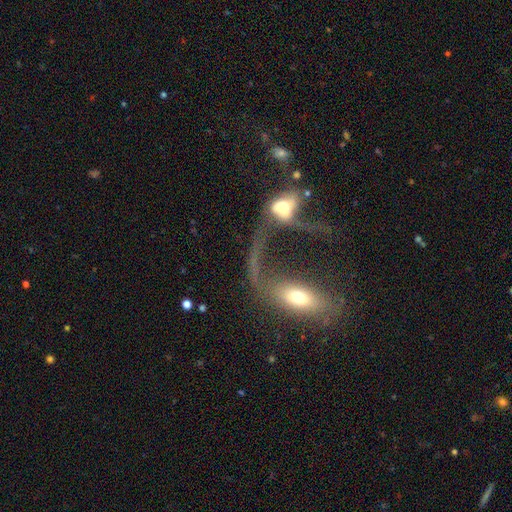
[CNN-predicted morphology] The model was most divided on "merging": merger: 46%, major disturbance: 28%, none: 17%, minor disturbance: 9%. More confident: edge-on disk — no (82%); smooth or featured — featured or disk (53%).